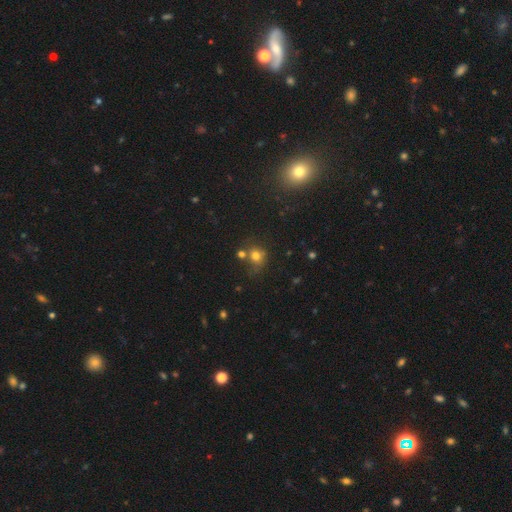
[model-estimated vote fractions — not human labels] Smooth or featured? Predicted: smooth (p=0.72). How rounded? Predicted: round (p=0.80). Merging? Predicted: none (p=0.52).